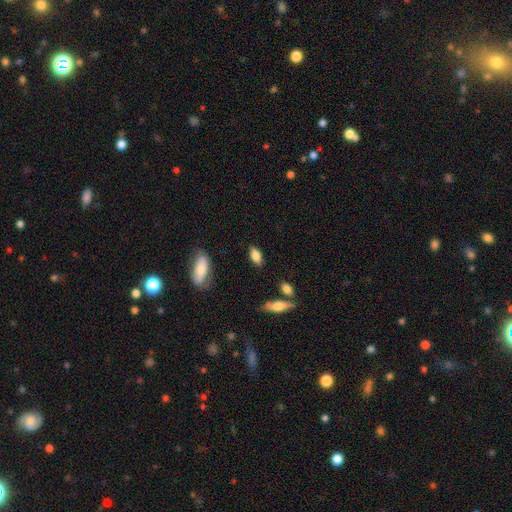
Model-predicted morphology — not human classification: Smooth or featured? Predicted: smooth (p=0.82). How rounded? Predicted: in between (p=0.84). Merging? Predicted: none (p=0.82).